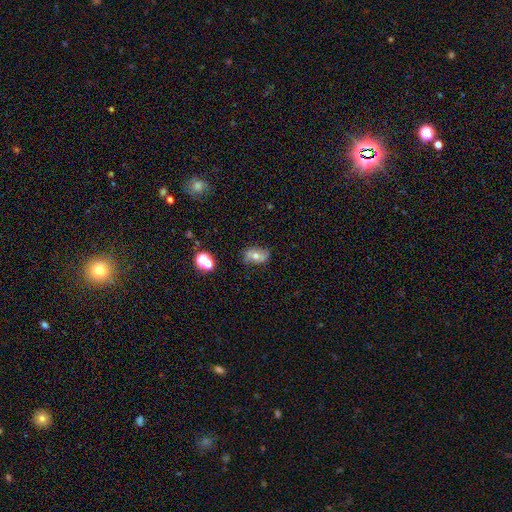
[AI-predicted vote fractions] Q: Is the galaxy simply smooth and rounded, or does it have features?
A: smooth — 52%.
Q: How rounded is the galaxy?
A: in between — 78%.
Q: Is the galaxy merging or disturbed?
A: none — 70%.